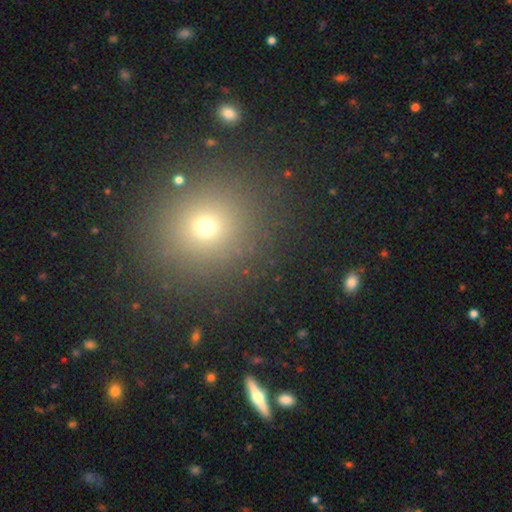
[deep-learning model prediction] Smooth or featured?
  - smooth: 59% *
  - star or artifact: 33%
  - featured or disk: 8%
How rounded?
  - round: 88% *
  - in between: 11%
  - cigar-shaped: 1%
Merging?
  - none: 90% *
  - minor disturbance: 6%
  - major disturbance: 3%
  - merger: 2%